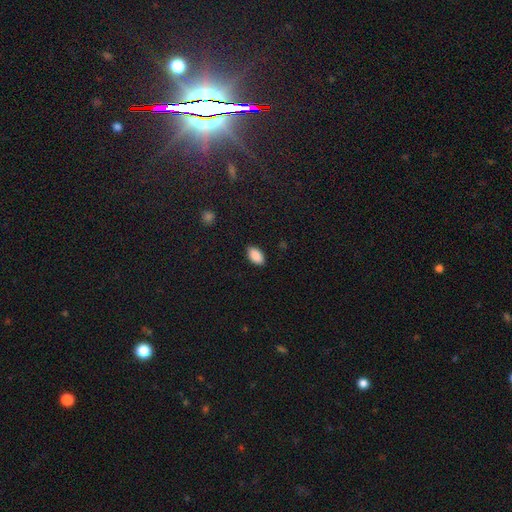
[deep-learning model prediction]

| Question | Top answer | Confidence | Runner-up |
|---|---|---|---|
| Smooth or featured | smooth | 89% | star or artifact (7%) |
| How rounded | in between | 94% | round (4%) |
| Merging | none | 88% | minor disturbance (9%) |